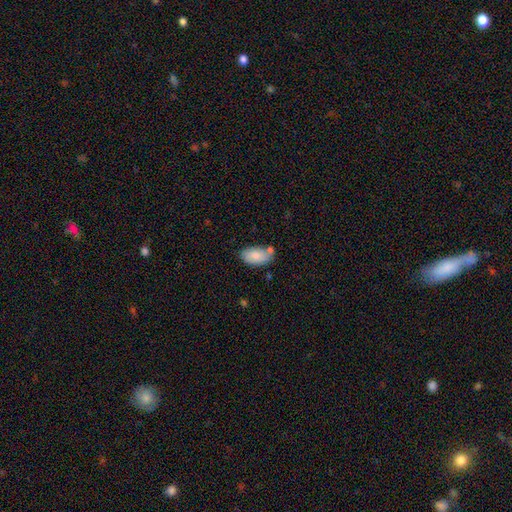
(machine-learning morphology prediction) Q: Smooth or featured?
A: smooth (83%); runner-up: featured or disk (11%)
Q: How rounded?
A: in between (95%); runner-up: round (3%)
Q: Merging?
A: none (64%); runner-up: minor disturbance (20%)